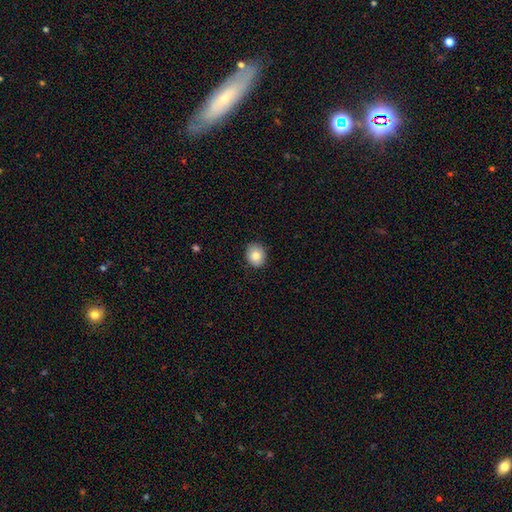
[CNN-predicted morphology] smooth_or_featured: smooth (p=0.85) [alt: star or artifact p=0.08]
how_rounded: round (p=0.57) [alt: in between p=0.42]
merging: none (p=0.88) [alt: minor disturbance p=0.09]